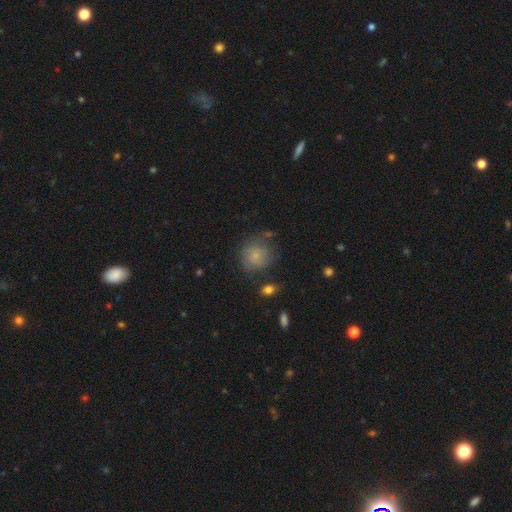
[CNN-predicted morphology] smooth_or_featured: smooth (p=0.72) [alt: featured or disk p=0.19]
how_rounded: round (p=0.86) [alt: in between p=0.13]
merging: none (p=0.61) [alt: minor disturbance p=0.25]